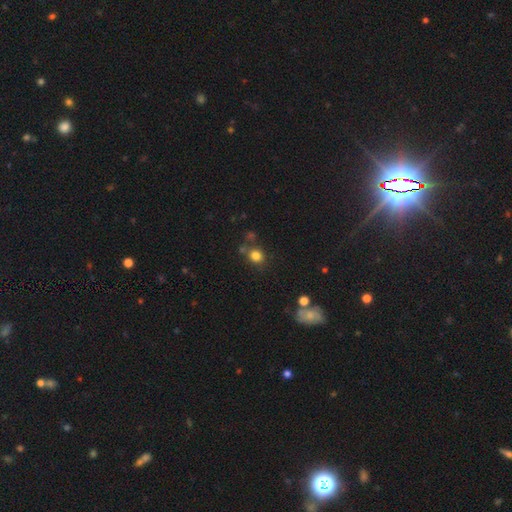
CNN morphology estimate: This appears to be a smooth galaxy with no disk features (80%) that is round (81%). Merging: none (72%).